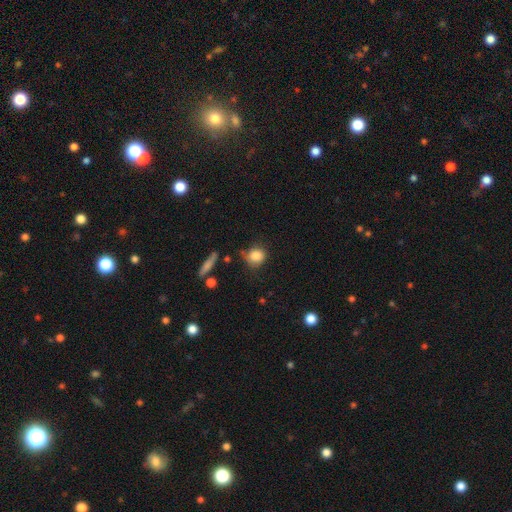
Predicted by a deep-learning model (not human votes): smooth 84%, star or artifact 9%, featured or disk 7%. Down the decision tree: how rounded — round (75%); merging — none (62%).